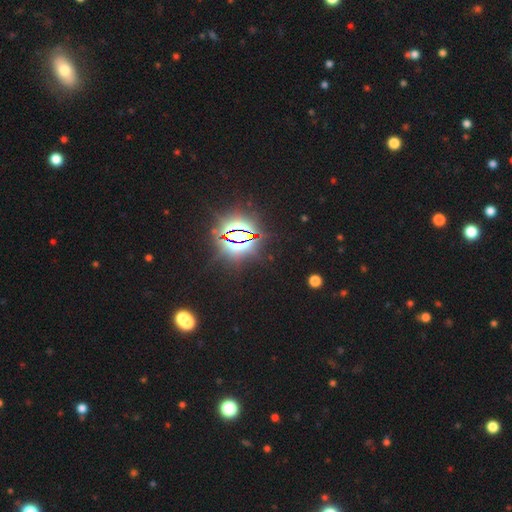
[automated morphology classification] The model was most divided on "smooth or featured": star or artifact: 85%, smooth: 9%, featured or disk: 6%.